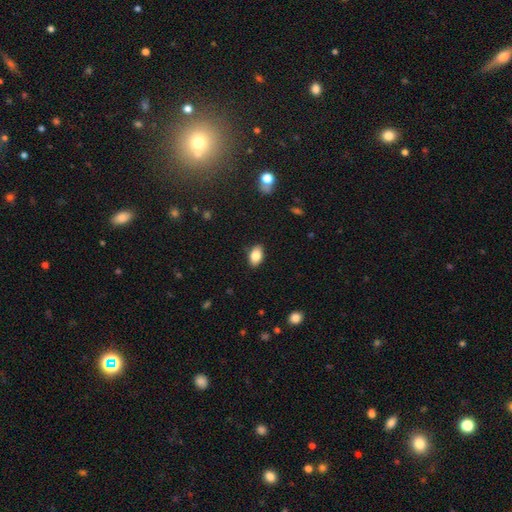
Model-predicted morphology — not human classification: Overall: smooth (83%). How rounded: in between (91%). Merging: none (87%).